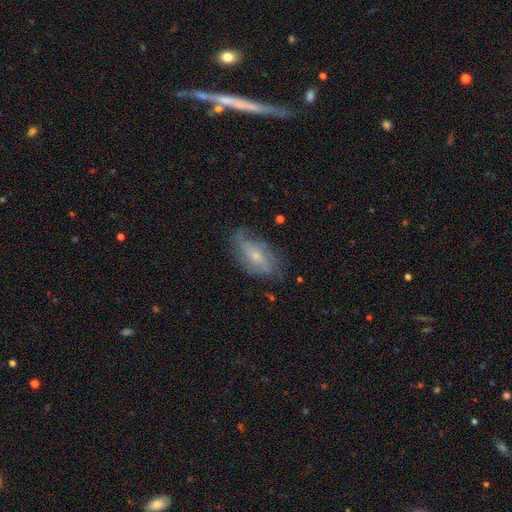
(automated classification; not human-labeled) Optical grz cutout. It shows a featured or disk galaxy (64%) with no bar (61%), spiral arms (81%) and a small central bulge (60%). Merging: none (62%).